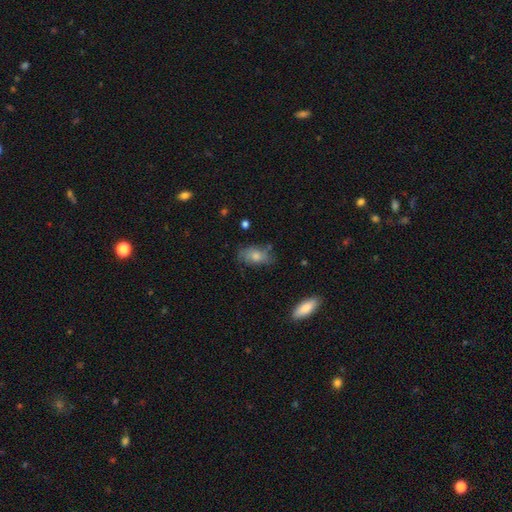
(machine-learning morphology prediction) The model was most divided on "merging": none: 64%, minor disturbance: 25%, major disturbance: 8%, merger: 3%. More confident: how rounded — in between (88%); smooth or featured — smooth (73%).